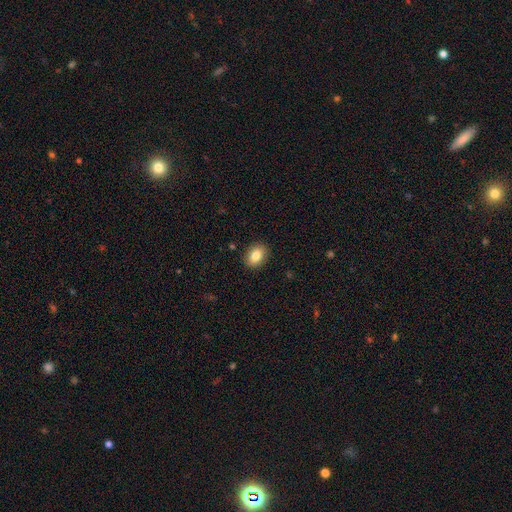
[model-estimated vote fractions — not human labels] smooth_or_featured: smooth (p=0.83) [alt: featured or disk p=0.09]
how_rounded: in between (p=0.63) [alt: round p=0.36]
merging: none (p=0.90) [alt: minor disturbance p=0.07]